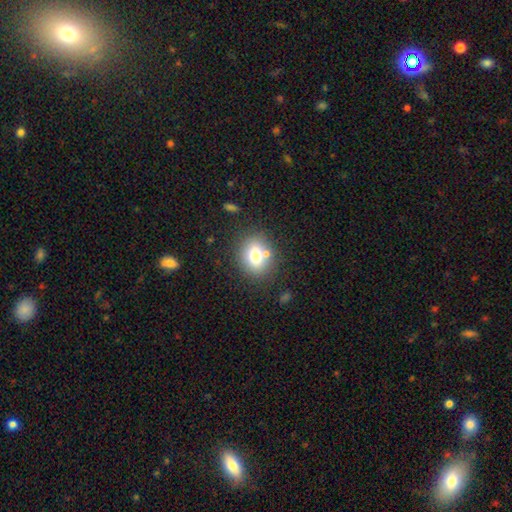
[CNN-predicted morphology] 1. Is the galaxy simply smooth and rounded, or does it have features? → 73% smooth, 16% featured or disk, 12% star or artifact.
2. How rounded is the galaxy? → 57% round, 42% in between, 1% cigar-shaped.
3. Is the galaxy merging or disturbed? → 70% none, 14% merger, 12% minor disturbance, 4% major disturbance.